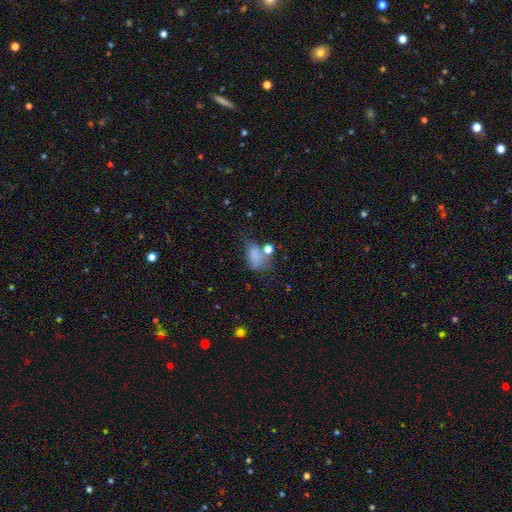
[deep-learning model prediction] smooth 70%, featured or disk 15%, star or artifact 15%. Down the decision tree: how rounded — in between (80%); merging — none (31%).